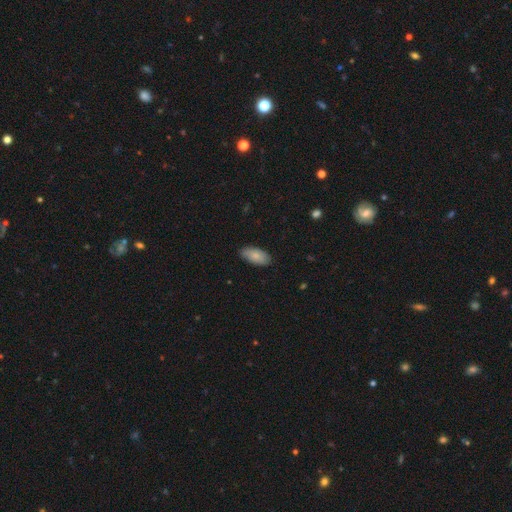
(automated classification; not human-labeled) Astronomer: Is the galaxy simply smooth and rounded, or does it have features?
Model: smooth — 81%.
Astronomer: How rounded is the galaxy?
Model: in between — 92%.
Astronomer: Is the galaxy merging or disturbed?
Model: none — 82%.